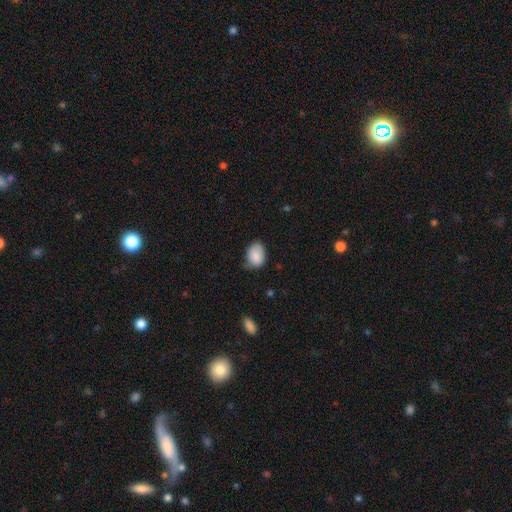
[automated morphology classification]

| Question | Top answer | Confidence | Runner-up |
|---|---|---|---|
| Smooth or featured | smooth | 85% | featured or disk (8%) |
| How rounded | in between | 72% | round (27%) |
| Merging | none | 57% | minor disturbance (34%) |